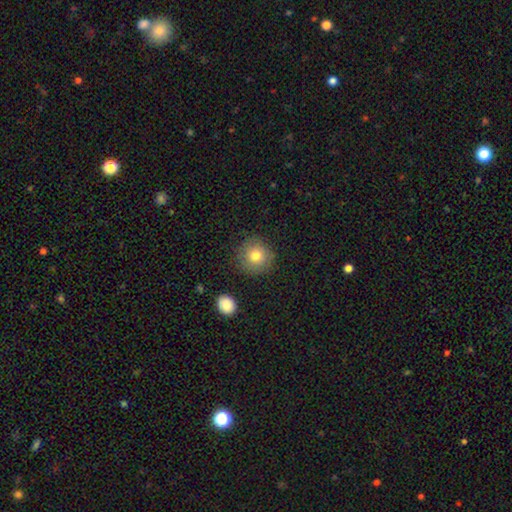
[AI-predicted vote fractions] smooth-or-featured: smooth: 79% | featured or disk: 11% | star or artifact: 10%
  how-rounded: round: 92% | in between: 7% | cigar-shaped: 1%
  merging: none: 84% | minor disturbance: 11% | major disturbance: 3% | merger: 2%